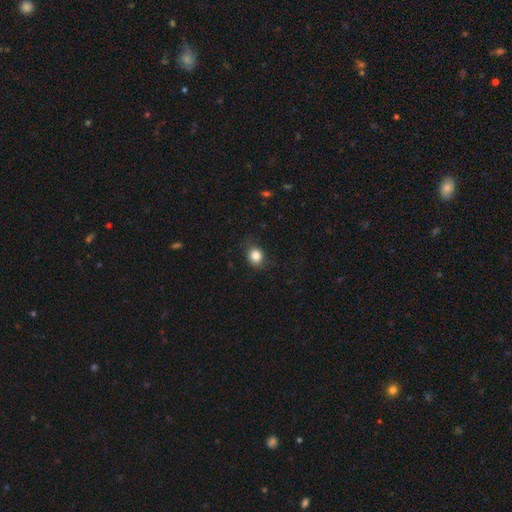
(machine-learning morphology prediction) Smooth or featured: smooth — 84% (star or artifact — 10%)
How rounded: round — 60% (in between — 39%)
Merging: none — 80% (minor disturbance — 15%)